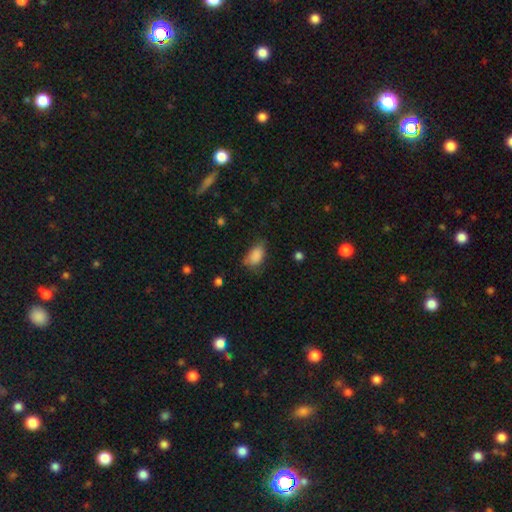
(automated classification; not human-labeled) Smooth or featured: smooth — 85% (star or artifact — 8%)
How rounded: in between — 89% (round — 9%)
Merging: none — 54% (minor disturbance — 33%)